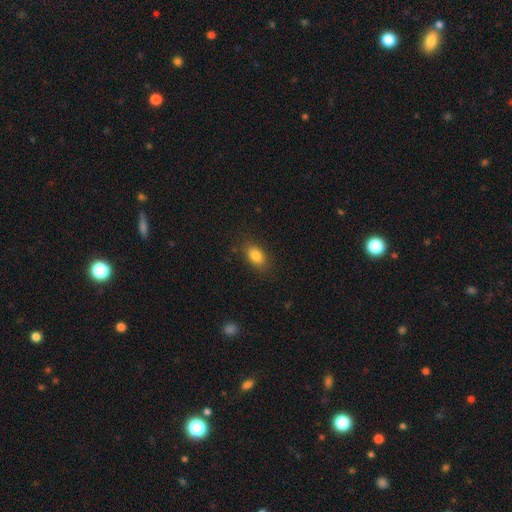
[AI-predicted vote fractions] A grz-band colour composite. It shows a smooth galaxy with no disk features (84%) that is in between round and cigar-shaped (87%). Merging: none (83%).